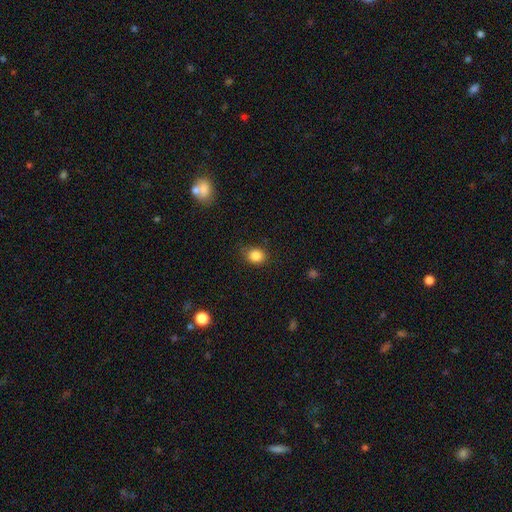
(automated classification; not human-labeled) Smooth or featured? Predicted: smooth (p=0.85). How rounded? Predicted: round (p=0.65). Merging? Predicted: none (p=0.77).